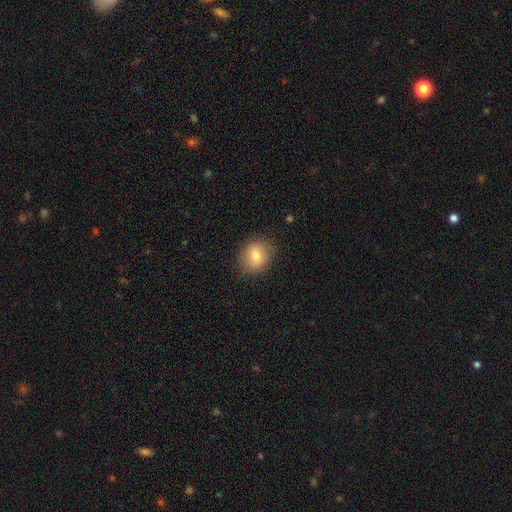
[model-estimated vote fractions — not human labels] A smooth galaxy with no disk features (77%) that is round (67%). Merging: none (84%).